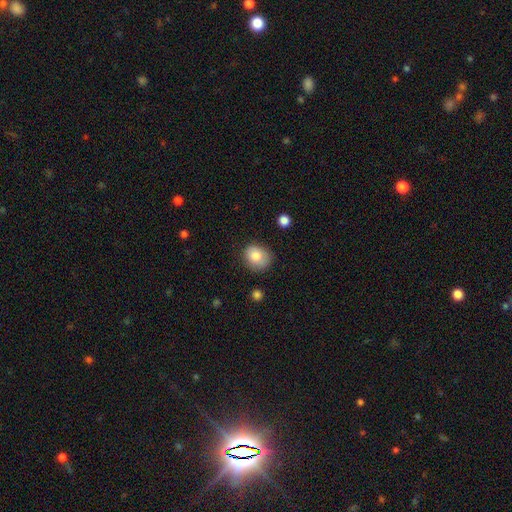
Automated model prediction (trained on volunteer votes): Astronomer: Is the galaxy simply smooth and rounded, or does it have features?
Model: smooth — 82%.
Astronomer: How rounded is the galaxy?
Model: round — 62%.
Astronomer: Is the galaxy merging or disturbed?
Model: none — 72%.